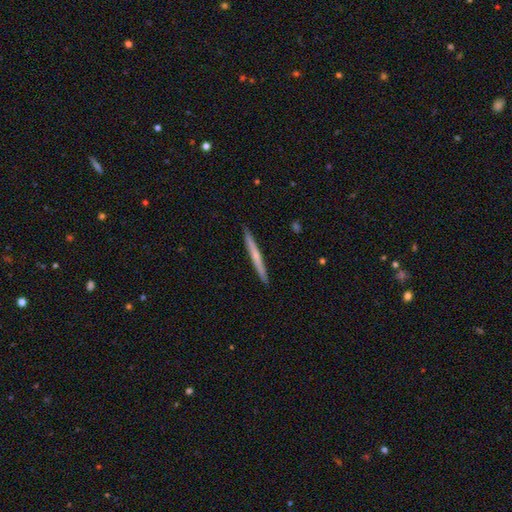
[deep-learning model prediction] Overall: featured or disk (48%; smooth 46%). Merging: none (92%).